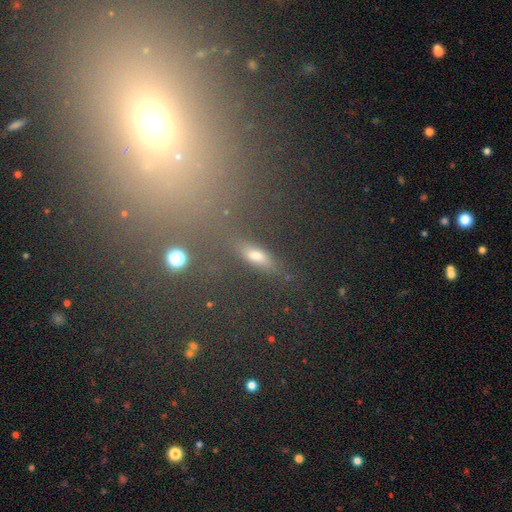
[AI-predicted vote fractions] smooth-or-featured: smooth: 54% | featured or disk: 24% | star or artifact: 22%
  how-rounded: in between: 46% | cigar-shaped: 42% | round: 12%
  merging: none: 80% | minor disturbance: 10% | major disturbance: 5% | merger: 4%